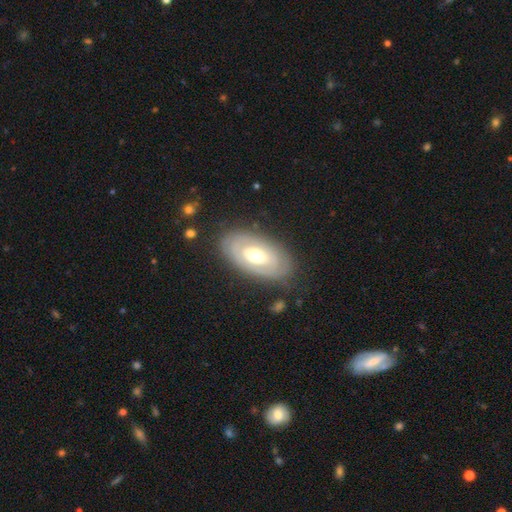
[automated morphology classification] A featured or disk galaxy (66%) with no bar (73%), no spiral arms (57%) and a moderate central bulge (71%). Merging: none (80%).